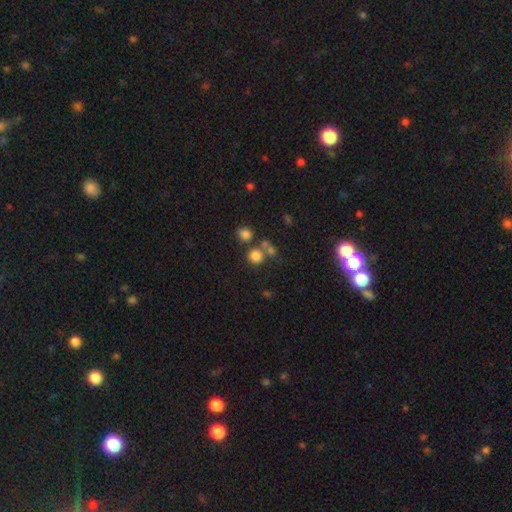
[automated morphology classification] The model was most divided on "merging": none: 60%, merger: 27%, minor disturbance: 9%, major disturbance: 4%. More confident: how rounded — round (89%); smooth or featured — smooth (76%).